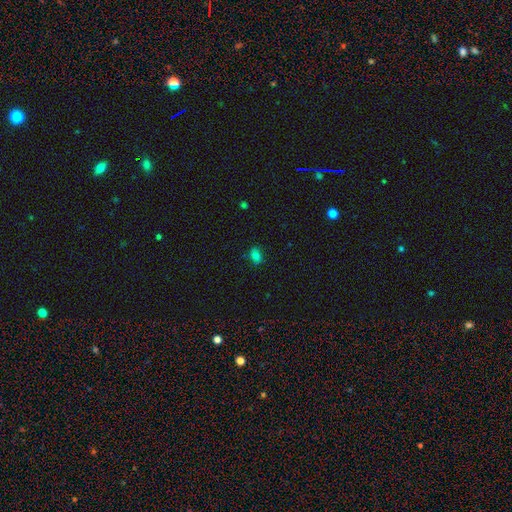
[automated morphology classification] smooth 77%, star or artifact 15%, featured or disk 8%. Down the decision tree: how rounded — in between (73%); merging — none (83%).